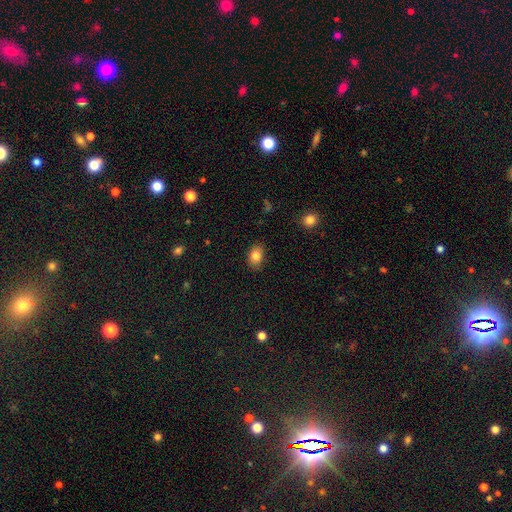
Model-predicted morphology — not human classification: A smooth galaxy with no disk features (83%) that is in between round and cigar-shaped (78%).

Vote fractions:
- Smooth or featured? smooth: 83% / star or artifact: 9% / featured or disk: 8%
- How rounded? in between: 78% / round: 21% / cigar-shaped: 1%
- Merging? none: 84% / minor disturbance: 12% / major disturbance: 2% / merger: 1%